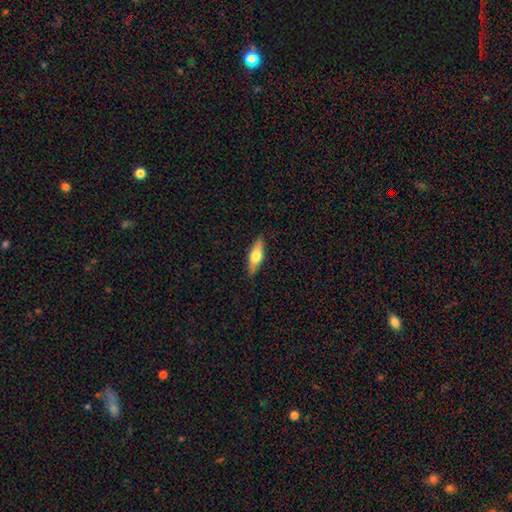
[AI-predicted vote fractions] Smooth or featured? smooth (50%)
Merging? none (88%)